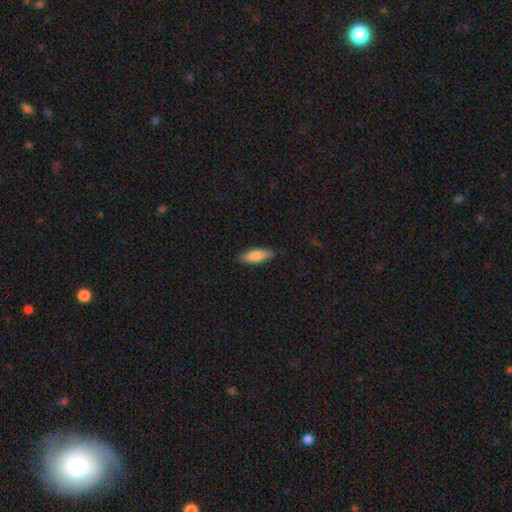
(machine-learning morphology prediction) Smooth or featured?
  - smooth: 82% *
  - featured or disk: 12%
  - star or artifact: 6%
How rounded?
  - in between: 66% *
  - cigar-shaped: 32%
  - round: 2%
Merging?
  - none: 86% *
  - minor disturbance: 11%
  - major disturbance: 2%
  - merger: 1%